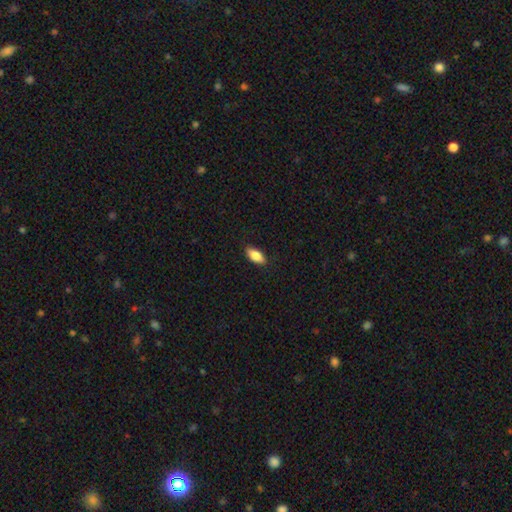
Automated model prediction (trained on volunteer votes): Morphology: type=smooth (85%); roundness=in between (89%); merging=none (87%).